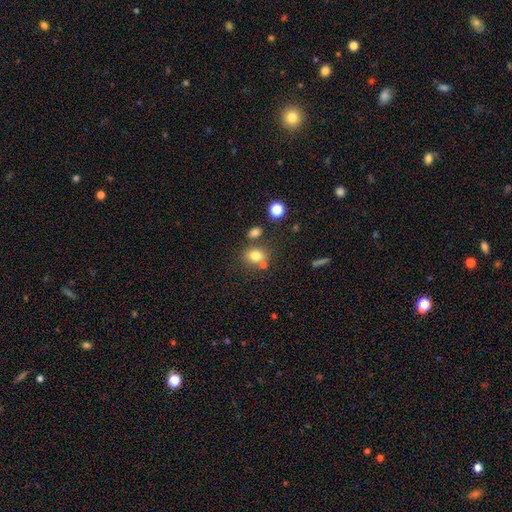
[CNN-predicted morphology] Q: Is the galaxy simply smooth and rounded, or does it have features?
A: smooth — 77%.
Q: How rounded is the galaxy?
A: round — 56%.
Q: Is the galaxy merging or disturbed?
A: none — 64%.